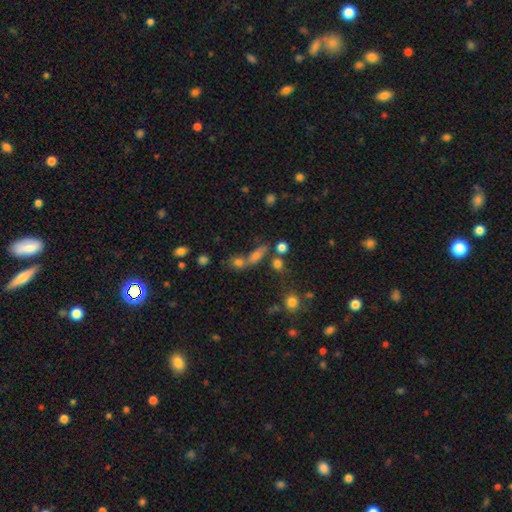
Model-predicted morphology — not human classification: Smooth or featured?
  - smooth: 58% *
  - star or artifact: 24%
  - featured or disk: 18%
How rounded?
  - in between: 48% *
  - cigar-shaped: 30%
  - round: 22%
Merging?
  - none: 44% *
  - merger: 37%
  - minor disturbance: 11%
  - major disturbance: 8%